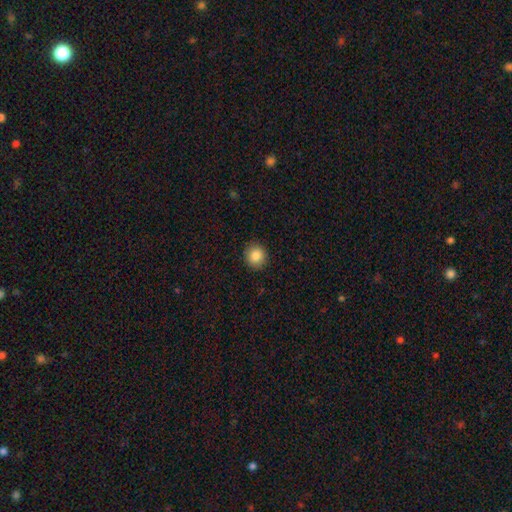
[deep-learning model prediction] This appears to be a smooth galaxy with no disk features (86%) that is round (88%). Merging: none (91%).